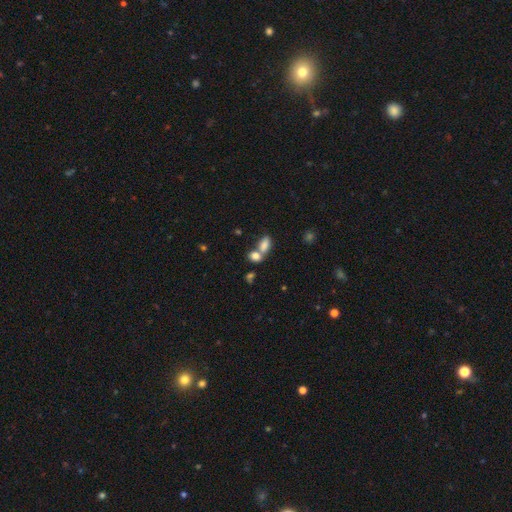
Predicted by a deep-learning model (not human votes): smooth_or_featured: smooth (p=0.81) [alt: star or artifact p=0.10]
how_rounded: in between (p=0.81) [alt: round p=0.16]
merging: merger (p=0.57) [alt: none p=0.31]